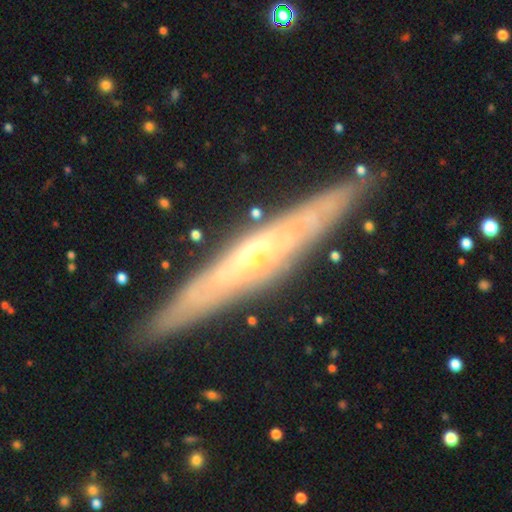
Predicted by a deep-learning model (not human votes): Smooth or featured? Predicted: featured or disk (p=0.79). Edge-on disk? Predicted: yes (p=0.76). Edge-on bulge? Predicted: rounded (p=0.54). Merging? Predicted: none (p=0.87).